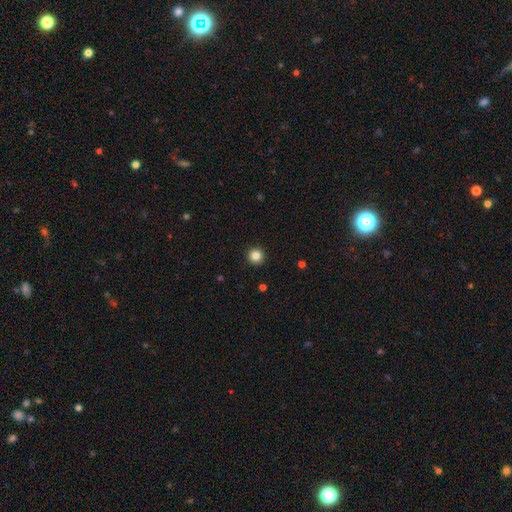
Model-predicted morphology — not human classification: Overall: smooth (85%). How rounded: round (96%). Merging: none (94%).